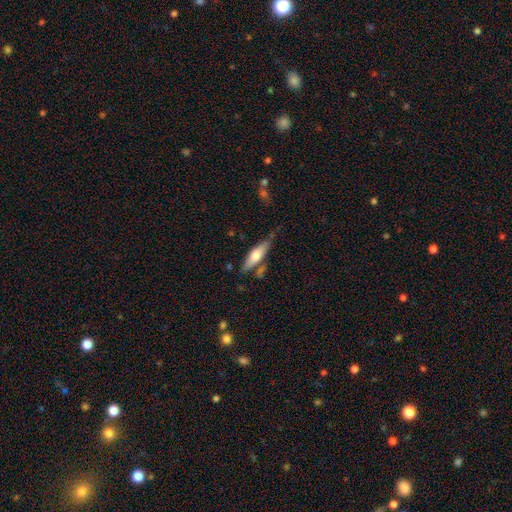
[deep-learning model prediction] The model was most divided on "smooth or featured": smooth: 57%, featured or disk: 38%, star or artifact: 6%. More confident: merging — none (67%); how rounded — cigar-shaped (60%).